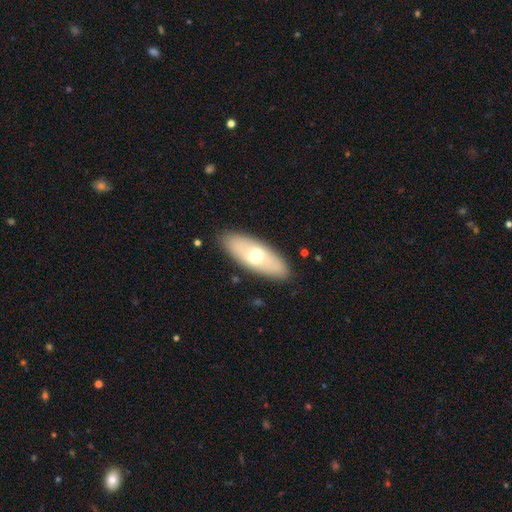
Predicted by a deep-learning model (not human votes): The model was most divided on "smooth or featured": smooth: 57%, featured or disk: 38%, star or artifact: 6%. More confident: merging — none (87%); how rounded — in between (76%).